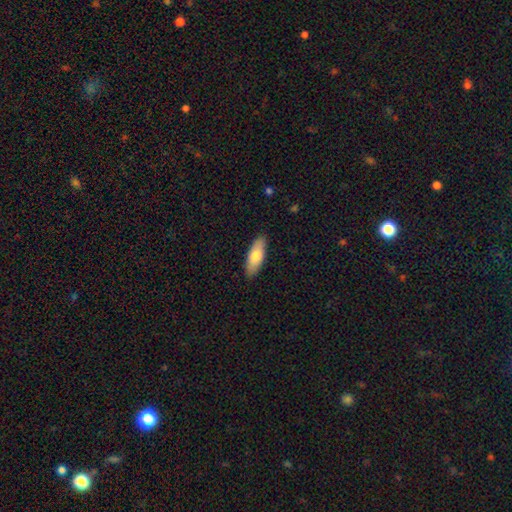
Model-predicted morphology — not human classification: smooth-or-featured: smooth: 74% | featured or disk: 20% | star or artifact: 6%
  how-rounded: in between: 70% | cigar-shaped: 28% | round: 2%
  merging: none: 88% | minor disturbance: 9% | major disturbance: 2% | merger: 1%